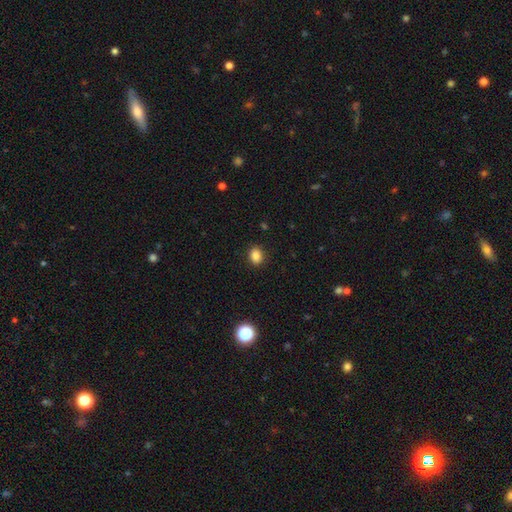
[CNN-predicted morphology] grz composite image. It shows a smooth galaxy with no disk features (85%) that is in between round and cigar-shaped (50%). Merging: none (89%).